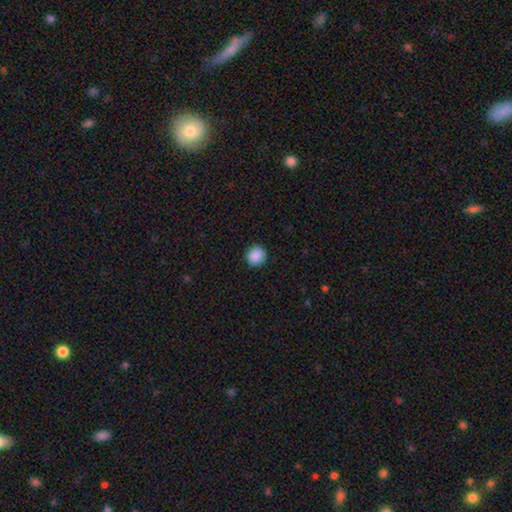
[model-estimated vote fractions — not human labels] This appears to be a smooth galaxy with no disk features (89%) that is round (93%). Merging: none (92%).